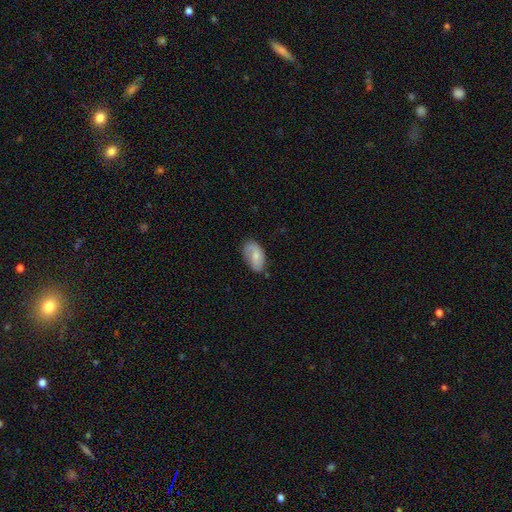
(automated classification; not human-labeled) A smooth galaxy with no disk features (62%) that is in between round and cigar-shaped (93%).

Vote fractions:
- Smooth or featured? smooth: 62% / featured or disk: 32% / star or artifact: 6%
- How rounded? in between: 93% / round: 5% / cigar-shaped: 2%
- Merging? none: 62% / minor disturbance: 28% / major disturbance: 8% / merger: 2%